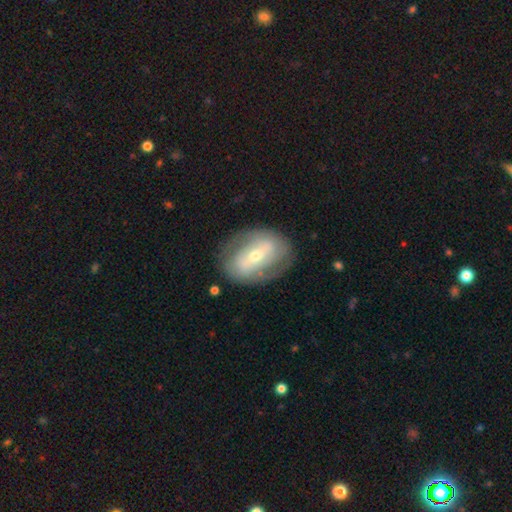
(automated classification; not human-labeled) Smooth or featured?
  - featured or disk: 66% *
  - smooth: 27%
  - star or artifact: 6%
Edge-on disk?
  - no: 93% *
  - yes: 7%
Bar?
  - strong: 42% *
  - weak: 32%
  - no: 27%
Spiral arms?
  - yes: 55% *
  - no: 45%
Bulge size?
  - small: 50% *
  - moderate: 45%
  - large: 3%
  - dominant: 1%
  - none: 1%
Merging?
  - none: 77% *
  - minor disturbance: 15%
  - major disturbance: 7%
  - merger: 1%